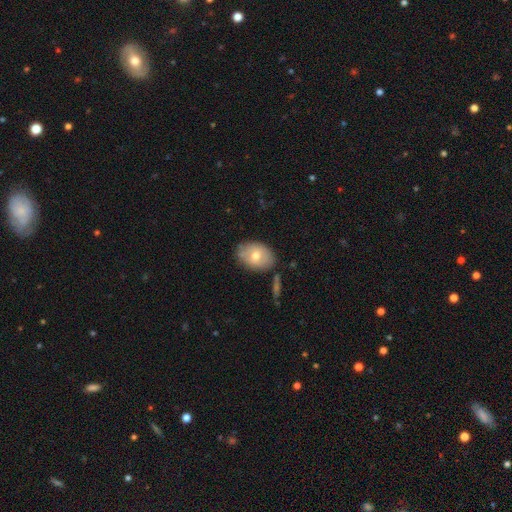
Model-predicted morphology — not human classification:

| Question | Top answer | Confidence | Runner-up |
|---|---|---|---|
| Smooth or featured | smooth | 69% | featured or disk (24%) |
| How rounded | in between | 75% | round (24%) |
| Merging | none | 75% | minor disturbance (16%) |